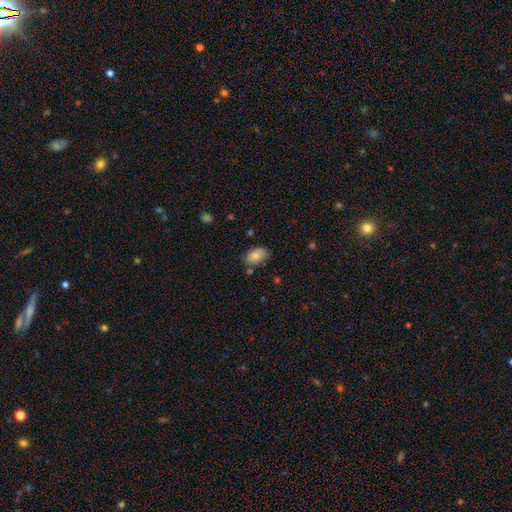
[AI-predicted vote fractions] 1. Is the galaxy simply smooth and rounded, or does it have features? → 83% smooth, 10% featured or disk, 7% star or artifact.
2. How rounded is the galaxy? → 92% in between, 6% round, 1% cigar-shaped.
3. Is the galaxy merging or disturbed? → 75% none, 17% minor disturbance, 4% merger, 3% major disturbance.